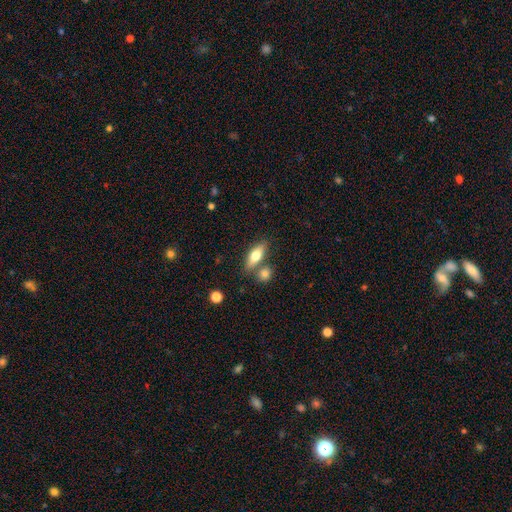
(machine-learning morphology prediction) This is likely a smooth galaxy (67%). How rounded: likely in between (66%). Merging: likely none (66%).